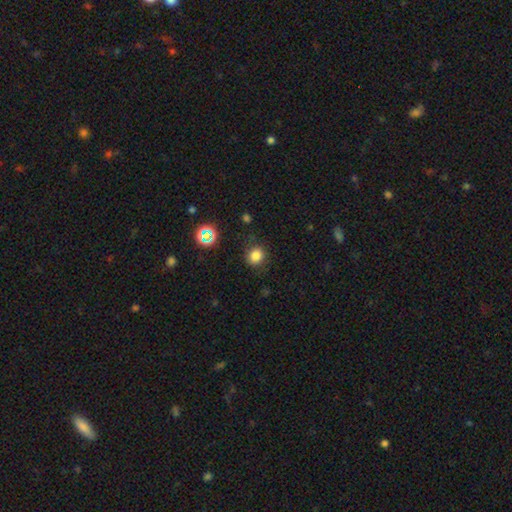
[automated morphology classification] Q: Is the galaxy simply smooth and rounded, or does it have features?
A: smooth — 79%.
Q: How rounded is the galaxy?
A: round — 81%.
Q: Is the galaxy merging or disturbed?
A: none — 82%.